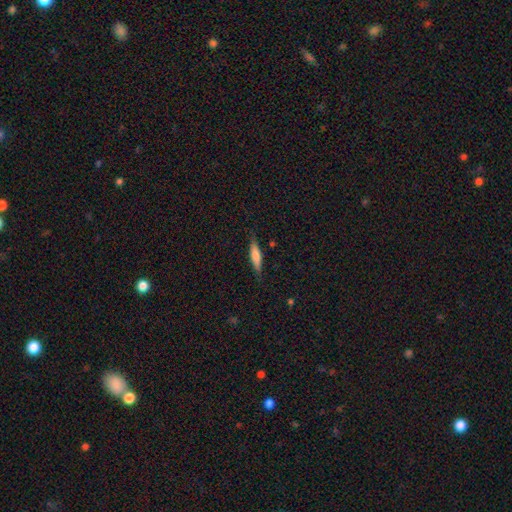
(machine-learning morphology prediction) smooth 66%, featured or disk 28%, star or artifact 6%. Down the decision tree: how rounded — cigar-shaped (77%); merging — none (83%).